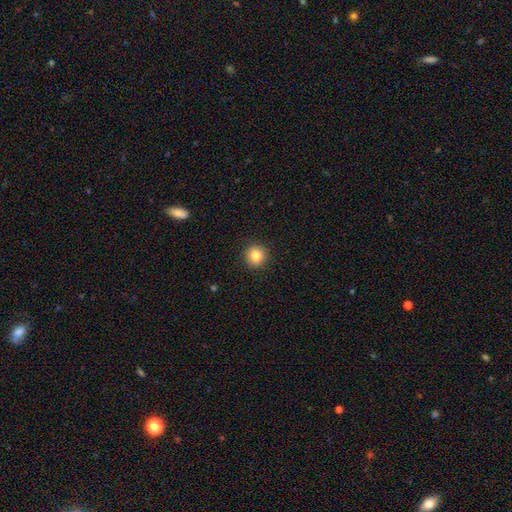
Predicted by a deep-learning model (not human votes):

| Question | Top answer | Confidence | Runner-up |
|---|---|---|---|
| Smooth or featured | smooth | 82% | star or artifact (11%) |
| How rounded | round | 94% | in between (5%) |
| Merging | none | 92% | minor disturbance (5%) |